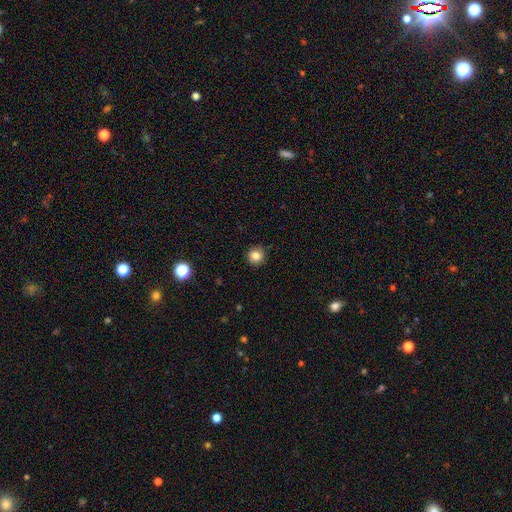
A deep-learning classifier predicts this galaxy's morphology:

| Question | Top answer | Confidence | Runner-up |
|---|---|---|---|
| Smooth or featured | smooth | 84% | star or artifact (11%) |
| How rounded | round | 93% | in between (6%) |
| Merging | none | 90% | minor disturbance (7%) |